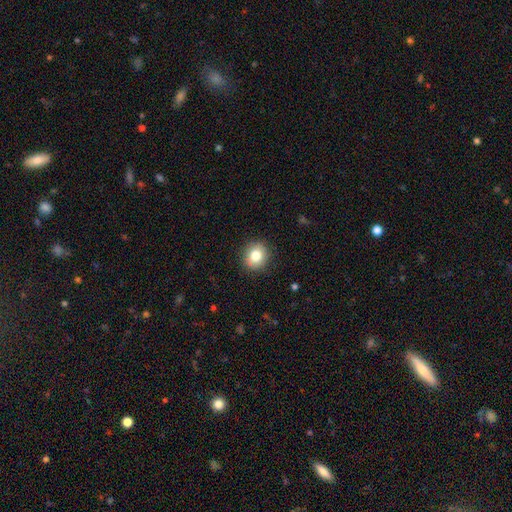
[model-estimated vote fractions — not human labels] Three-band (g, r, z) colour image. It shows a smooth galaxy with no disk features (80%) that is round (82%). Merging: none (89%).